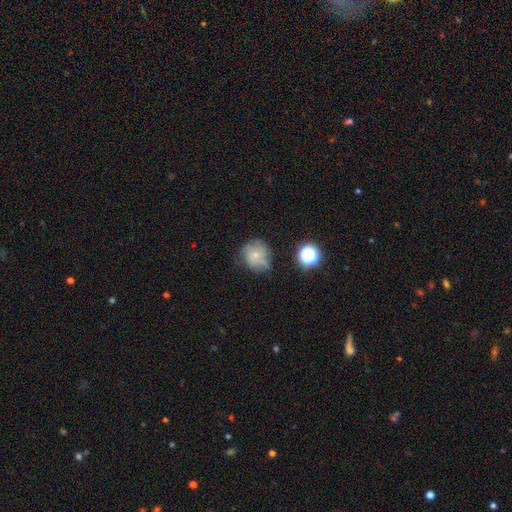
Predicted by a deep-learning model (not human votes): Smooth or featured? Predicted: smooth (p=0.62). How rounded? Predicted: round (p=0.82). Merging? Predicted: none (p=0.49).